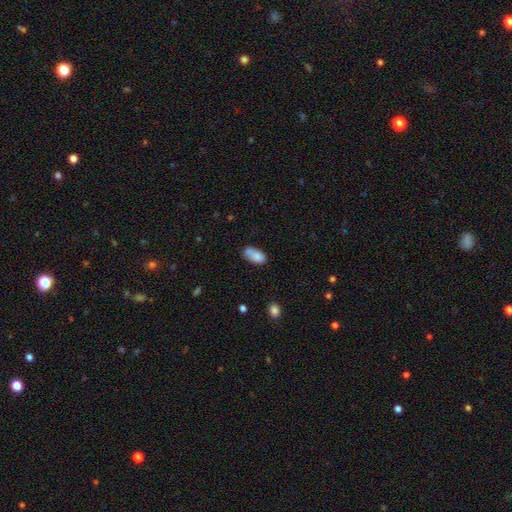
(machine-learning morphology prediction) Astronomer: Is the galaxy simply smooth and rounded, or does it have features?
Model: smooth — 80%.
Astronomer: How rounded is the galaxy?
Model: in between — 91%.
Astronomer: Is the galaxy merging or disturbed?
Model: none — 49%.